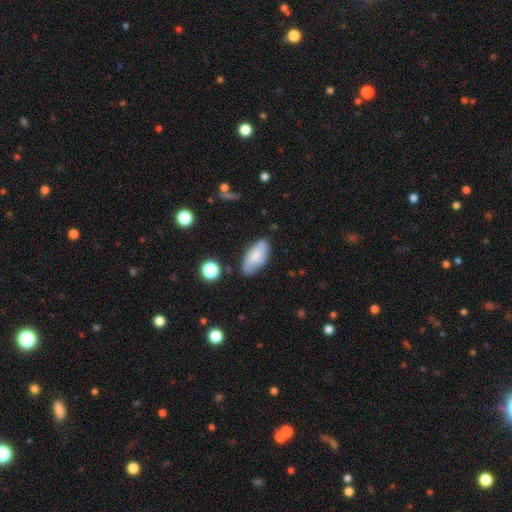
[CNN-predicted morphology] Smooth or featured? smooth (69%)
How rounded? in between (90%)
Merging? none (72%)